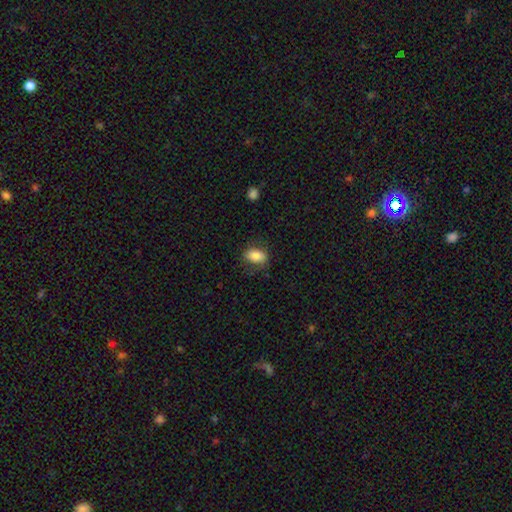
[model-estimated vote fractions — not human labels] Smooth or featured?
  - smooth: 81% *
  - featured or disk: 11%
  - star or artifact: 8%
How rounded?
  - in between: 86% *
  - round: 12%
  - cigar-shaped: 2%
Merging?
  - none: 73% *
  - minor disturbance: 19%
  - major disturbance: 7%
  - merger: 1%